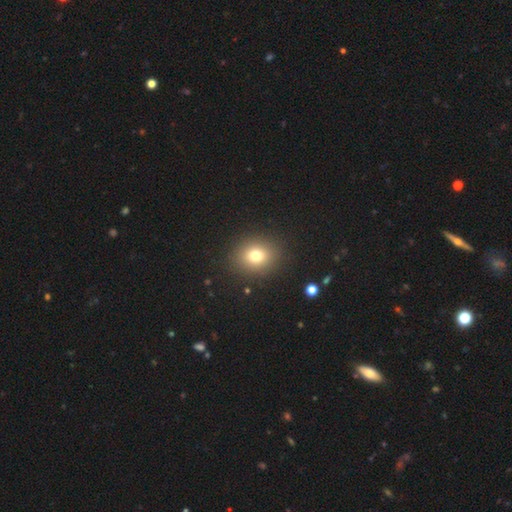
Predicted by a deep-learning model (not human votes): A smooth galaxy with no disk features (75%) that is round (72%). Merging: none (89%).